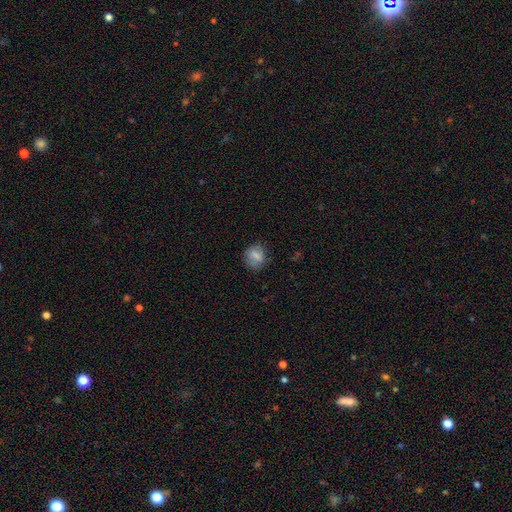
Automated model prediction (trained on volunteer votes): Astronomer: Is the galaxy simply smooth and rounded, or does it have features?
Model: smooth — 75%.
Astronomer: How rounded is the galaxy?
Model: round — 62%.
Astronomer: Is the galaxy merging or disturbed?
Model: none — 76%.